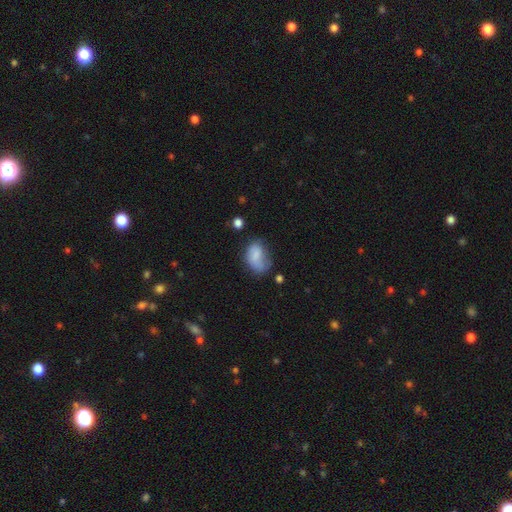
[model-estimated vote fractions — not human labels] smooth-or-featured: smooth: 71% | featured or disk: 19% | star or artifact: 9%
  how-rounded: in between: 84% | round: 14% | cigar-shaped: 2%
  merging: none: 35% | minor disturbance: 33% | major disturbance: 26% | merger: 6%